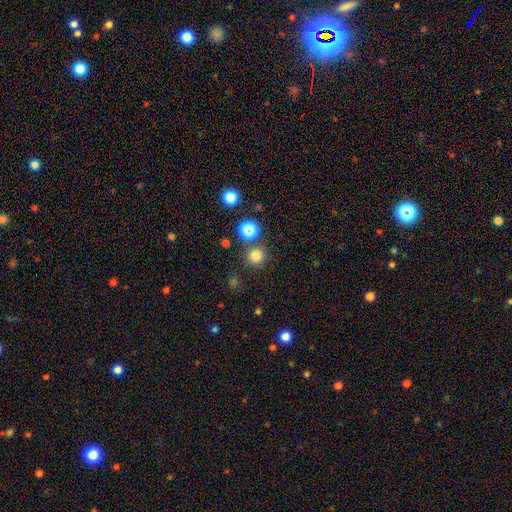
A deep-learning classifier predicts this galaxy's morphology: Overall: smooth (76%). How rounded: round (94%). Merging: none (81%).